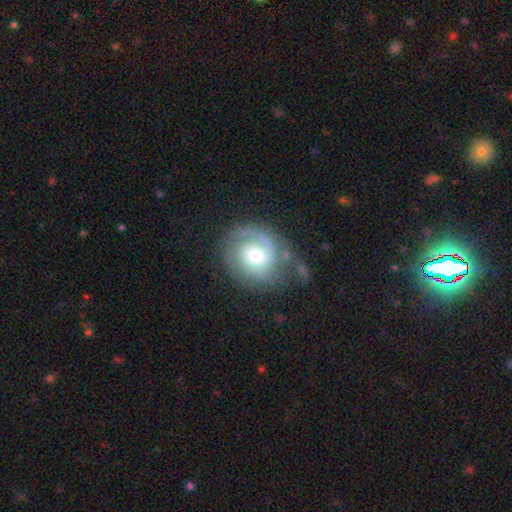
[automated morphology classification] Smooth or featured?
  - featured or disk: 78% *
  - smooth: 16%
  - star or artifact: 6%
Edge-on disk?
  - no: 98% *
  - yes: 2%
Bar?
  - no: 69% *
  - weak: 26%
  - strong: 5%
Spiral arms?
  - yes: 93% *
  - no: 7%
Spiral winding?
  - tight: 59% *
  - medium: 31%
  - loose: 10%
Spiral arm count?
  - 1: 37% * (tied)
  - 2: 37% * (tied)
  - can't tell: 14%
  - 3: 7%
  - 4: 2%
  - more than 4: 2%
Bulge size?
  - moderate: 61% *
  - large: 20%
  - small: 16%
  - dominant: 2%
  - none: 2%
Merging?
  - none: 65% *
  - minor disturbance: 19%
  - major disturbance: 13%
  - merger: 3%